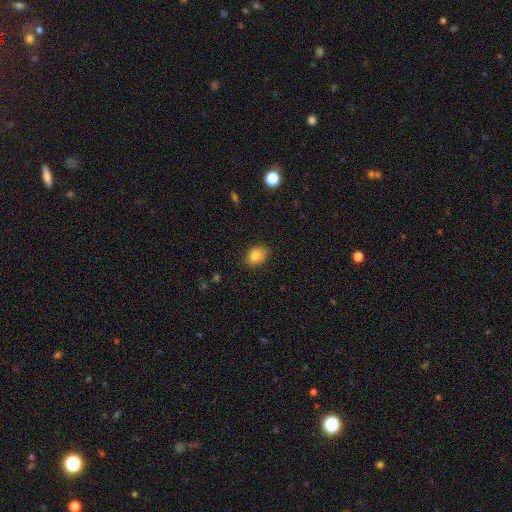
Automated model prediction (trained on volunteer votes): smooth 83%, star or artifact 9%, featured or disk 7%. Down the decision tree: how rounded — in between (64%); merging — none (81%).